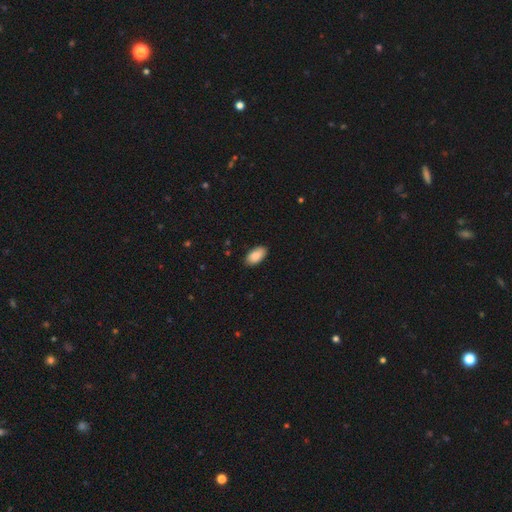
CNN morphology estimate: Smooth or featured: smooth — 88% (star or artifact — 6%)
How rounded: in between — 95% (cigar-shaped — 3%)
Merging: none — 87% (minor disturbance — 11%)